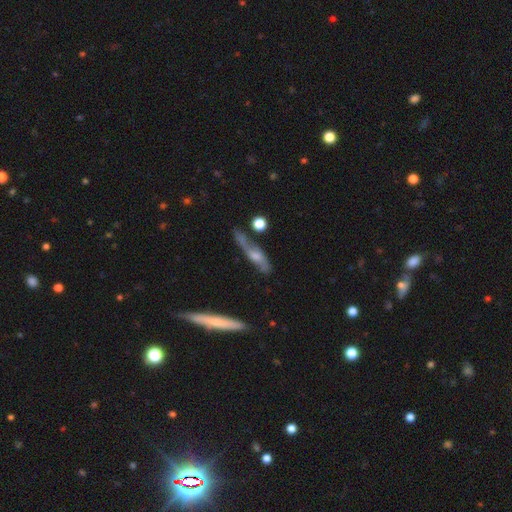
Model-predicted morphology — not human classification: Overall: featured or disk (61%; smooth 31%). Edge-on disk: yes (52%; no 48%). Merging: none (53%; minor disturbance 24%).